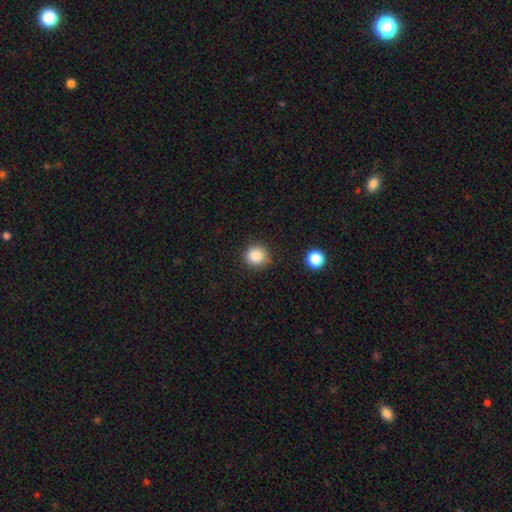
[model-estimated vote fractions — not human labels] Q: Smooth or featured?
A: smooth (86%); runner-up: star or artifact (10%)
Q: How rounded?
A: round (91%); runner-up: in between (8%)
Q: Merging?
A: none (85%); runner-up: minor disturbance (10%)